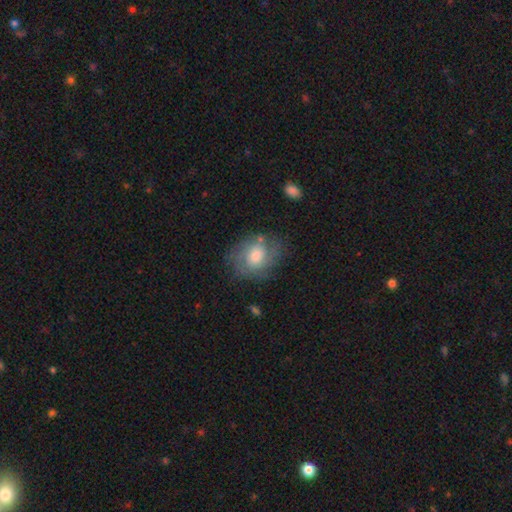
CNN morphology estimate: Smooth or featured: featured or disk — 49% (smooth — 43%)
Merging: none — 69% (minor disturbance — 20%)